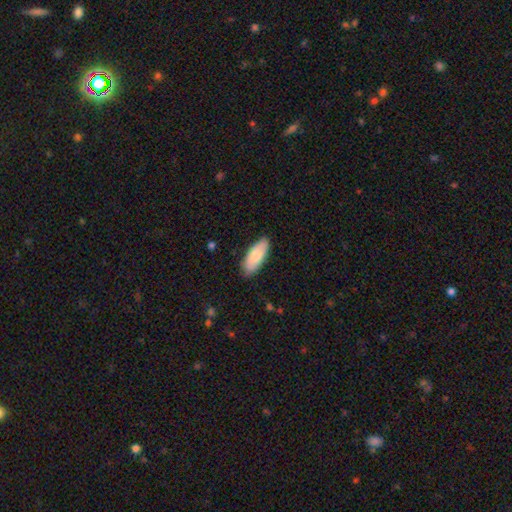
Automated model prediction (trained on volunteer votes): Smooth or featured: smooth — 77% (featured or disk — 17%)
How rounded: in between — 84% (cigar-shaped — 14%)
Merging: none — 83% (minor disturbance — 14%)